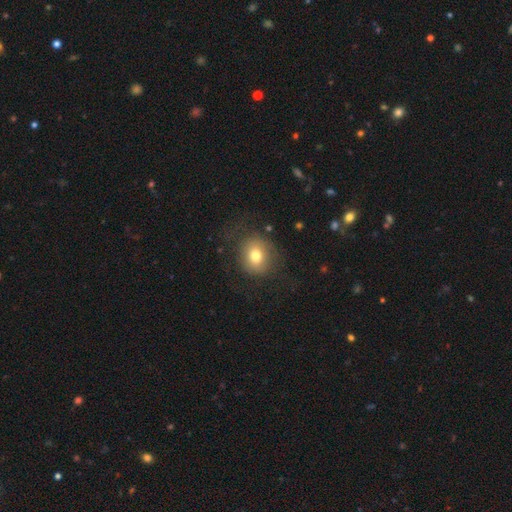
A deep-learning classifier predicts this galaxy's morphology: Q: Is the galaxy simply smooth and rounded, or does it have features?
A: smooth — 74%.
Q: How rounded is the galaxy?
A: round — 77%.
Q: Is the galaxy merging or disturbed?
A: none — 71%.